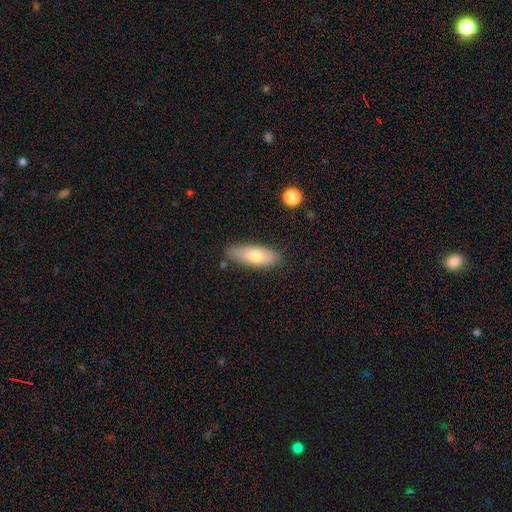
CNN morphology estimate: A smooth galaxy with no disk features (70%) that is in between round and cigar-shaped (63%). Merging: none (81%).